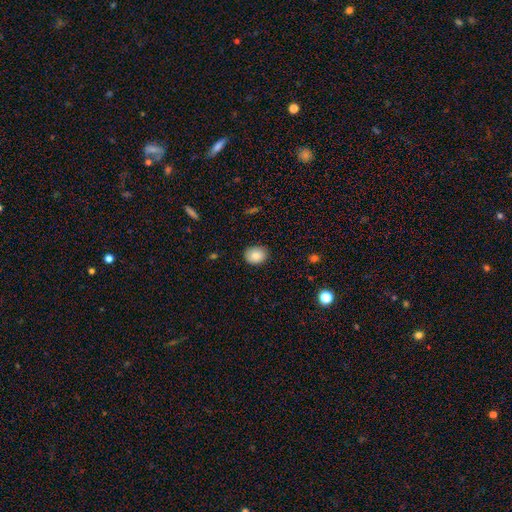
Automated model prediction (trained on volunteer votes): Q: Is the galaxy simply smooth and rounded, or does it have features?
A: smooth — 85%.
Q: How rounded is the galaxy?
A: in between — 51%.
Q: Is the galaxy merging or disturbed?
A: none — 87%.